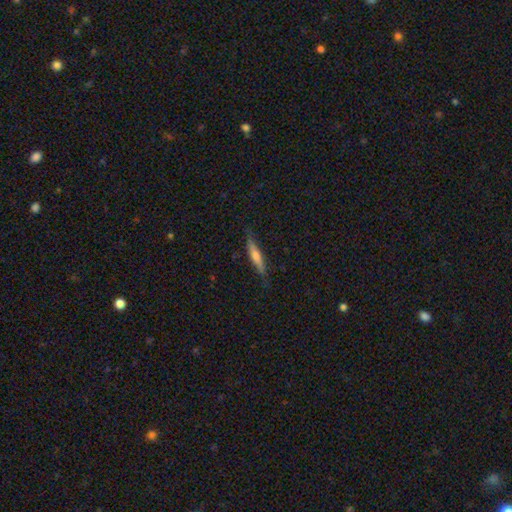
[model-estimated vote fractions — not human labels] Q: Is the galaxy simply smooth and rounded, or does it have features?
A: featured or disk — 51%.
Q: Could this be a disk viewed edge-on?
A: yes — 94%.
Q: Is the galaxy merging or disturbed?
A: none — 82%.